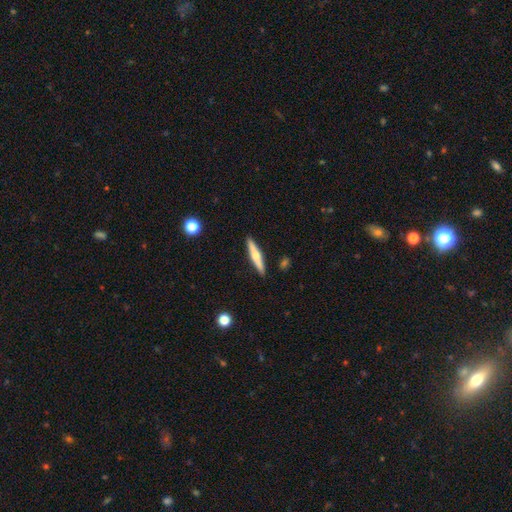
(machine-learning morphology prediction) The model was most divided on "smooth or featured": featured or disk: 52%, smooth: 42%, star or artifact: 6%. More confident: edge-on disk — yes (96%); merging — none (91%); edge-on bulge — rounded (88%).